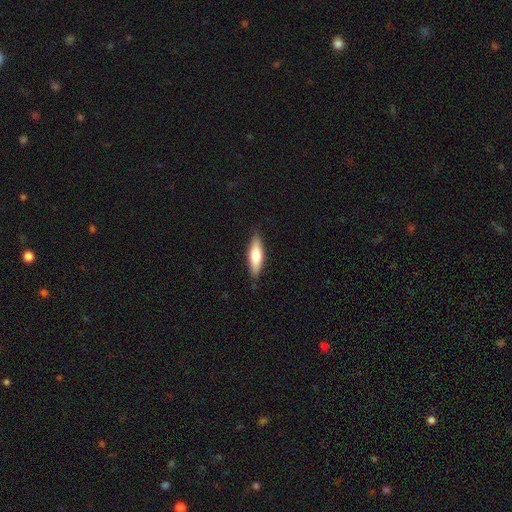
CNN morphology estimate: Smooth or featured: smooth — 69% (featured or disk — 26%)
How rounded: cigar-shaped — 52% (in between — 46%)
Merging: none — 86% (minor disturbance — 11%)